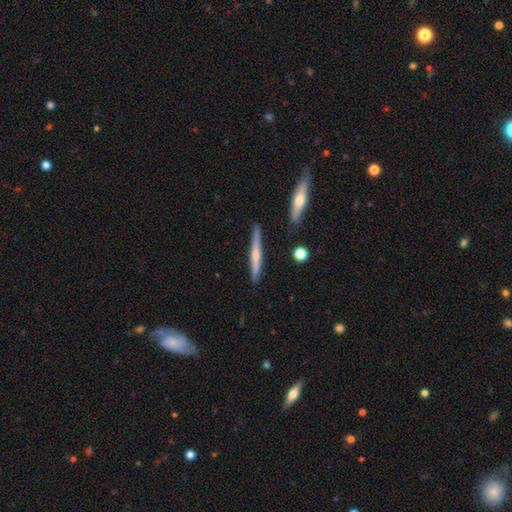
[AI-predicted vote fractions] Smooth or featured? Predicted: featured or disk (p=0.52). Edge-on disk? Predicted: yes (p=0.97). Edge-on bulge? Predicted: rounded (p=0.62). Merging? Predicted: none (p=0.87).